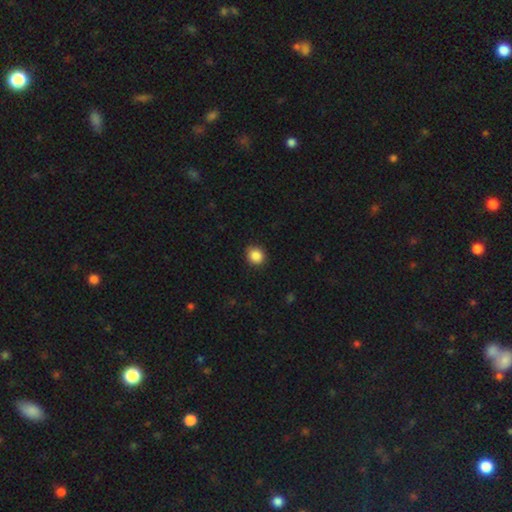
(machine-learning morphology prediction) Smooth or featured?
  - smooth: 87% *
  - star or artifact: 9%
  - featured or disk: 3%
How rounded?
  - round: 82% *
  - in between: 17%
  - cigar-shaped: 1%
Merging?
  - none: 86% *
  - minor disturbance: 11%
  - major disturbance: 2%
  - merger: 1%